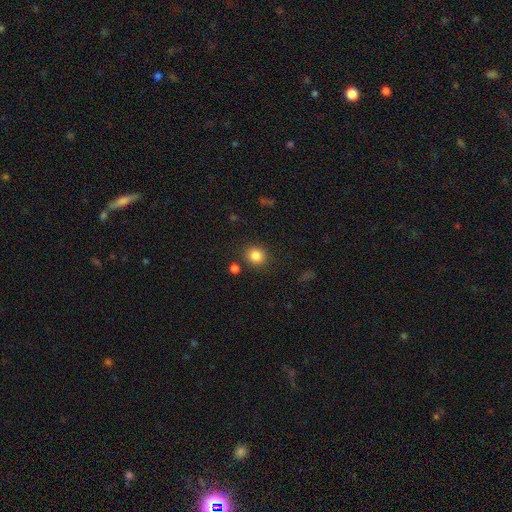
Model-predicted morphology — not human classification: smooth_or_featured: smooth (p=0.85) [alt: star or artifact p=0.11]
how_rounded: round (p=0.85) [alt: in between p=0.14]
merging: none (p=0.85) [alt: minor disturbance p=0.08]